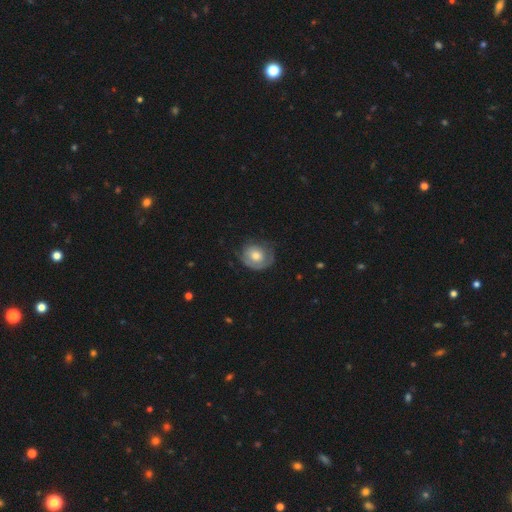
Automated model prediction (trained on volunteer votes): A smooth galaxy with no disk features (49%). Merging: none (60%).